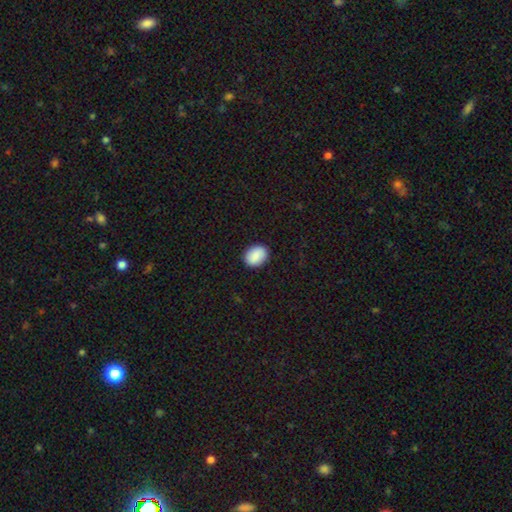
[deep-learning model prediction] Smooth or featured: smooth — 88% (star or artifact — 7%)
How rounded: in between — 62% (round — 37%)
Merging: none — 89% (minor disturbance — 8%)